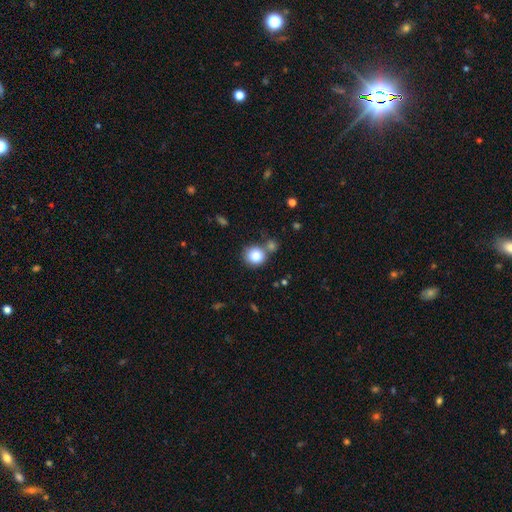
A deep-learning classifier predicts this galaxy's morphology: This is clearly a smooth galaxy (82%). How rounded: clearly round (86%). Merging: likely none (65%).